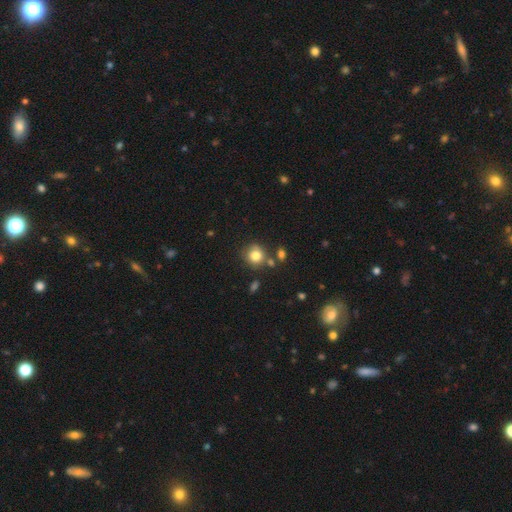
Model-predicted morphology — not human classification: Smooth or featured? smooth (81%)
How rounded? round (86%)
Merging? none (73%)